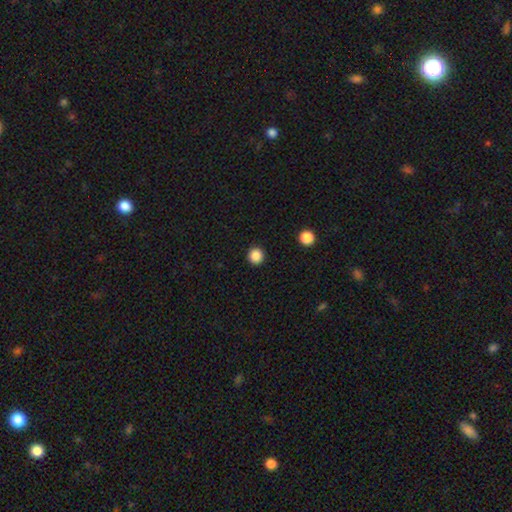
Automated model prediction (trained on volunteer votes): This is clearly a smooth galaxy (87%). How rounded: clearly round (95%). Merging: clearly none (93%).